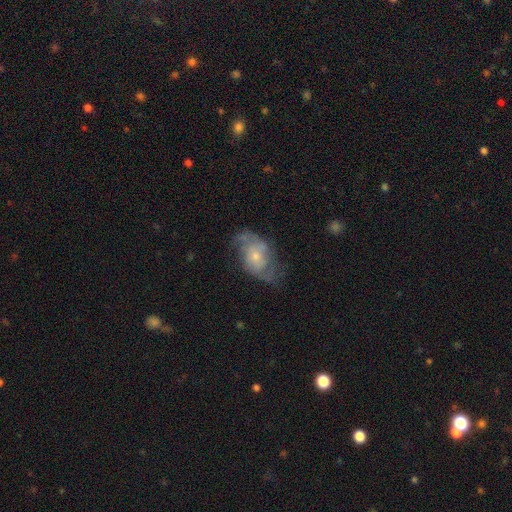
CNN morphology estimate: A featured or disk galaxy (65%) with no bar (69%), 2 (75%) medium (42%) spiral arms (81%) and a small central bulge (58%).

Vote fractions:
- Smooth or featured? featured or disk: 65% / smooth: 28% / star or artifact: 7%
- Edge-on disk? no: 96% / yes: 4%
- Bar? no: 69% / weak: 26% / strong: 5%
- Spiral arms? yes: 81% / no: 19%
- Spiral winding? medium: 42% / loose: 40% / tight: 19%
- Spiral arm count? 2: 75% / can't tell: 15% / 1: 4% / 3: 3% / 4: 2% / more than 4: 1%
- Bulge size? small: 58% / moderate: 34% / large: 4% / none: 4% / dominant: 1%
- Merging? none: 53% / minor disturbance: 25% / major disturbance: 20% / merger: 2%